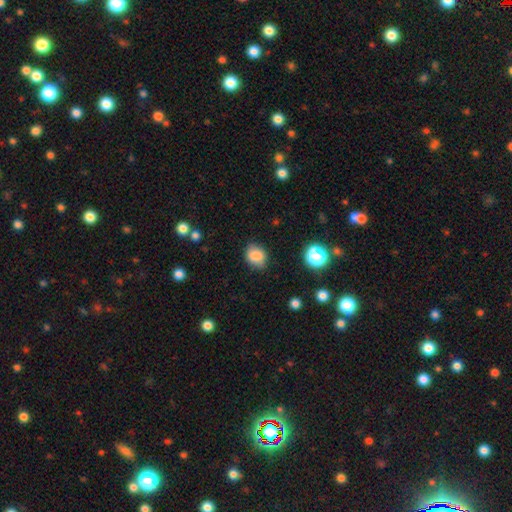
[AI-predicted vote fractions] A smooth galaxy with no disk features (83%) that is round (54%). Merging: none (79%).